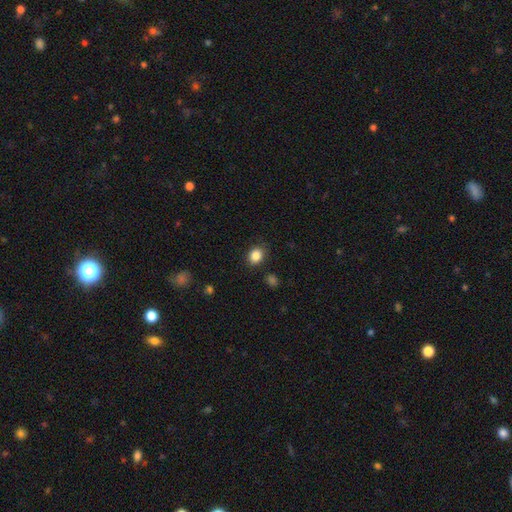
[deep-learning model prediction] Smooth or featured: smooth — 86% (star or artifact — 10%)
How rounded: round — 54% (in between — 45%)
Merging: none — 86% (minor disturbance — 10%)